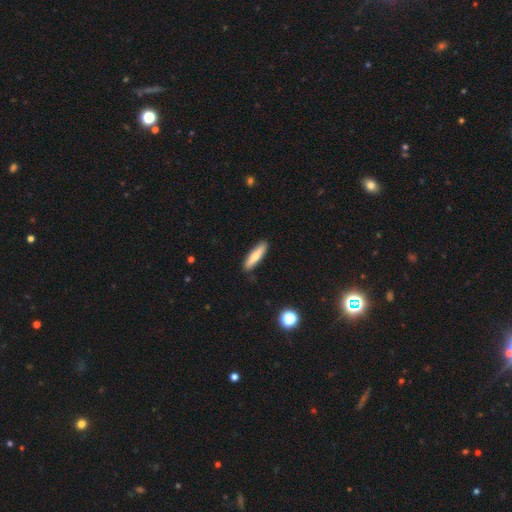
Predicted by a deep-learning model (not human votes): Morphology: type=smooth (67%); roundness=cigar-shaped (78%); merging=none (89%).